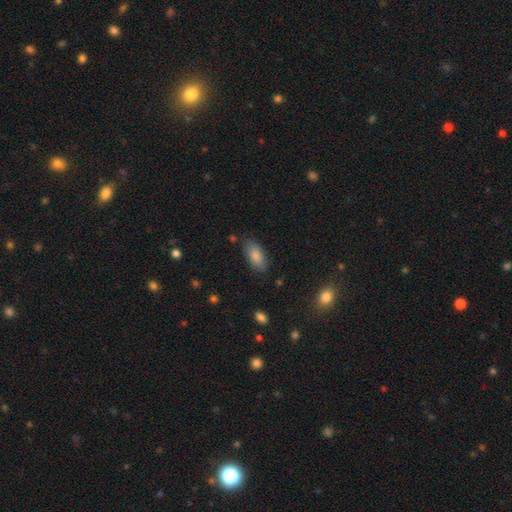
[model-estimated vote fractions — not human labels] Smooth or featured: smooth — 84% (featured or disk — 9%)
How rounded: in between — 89% (cigar-shaped — 8%)
Merging: none — 80% (minor disturbance — 15%)